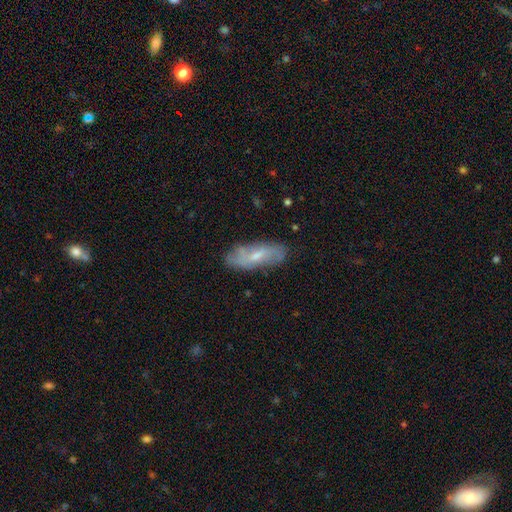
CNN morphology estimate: type=featured or disk (54%); edge-on=no (82%); merging=none (77%).